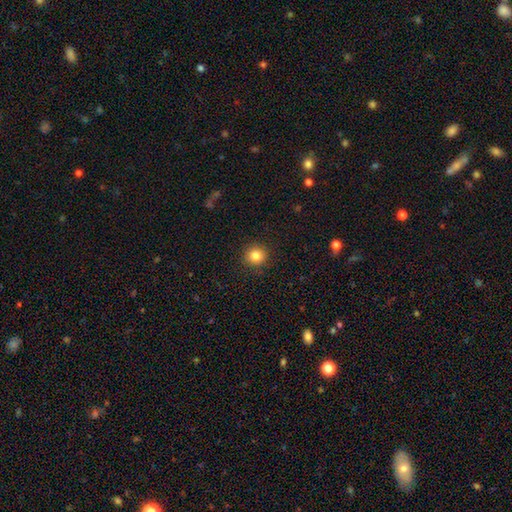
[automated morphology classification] A smooth galaxy with no disk features (84%) that is round (93%).

Vote fractions:
- Smooth or featured? smooth: 84% / star or artifact: 11% / featured or disk: 5%
- How rounded? round: 93% / in between: 6% / cigar-shaped: 1%
- Merging? none: 91% / minor disturbance: 6% / major disturbance: 2% / merger: 1%